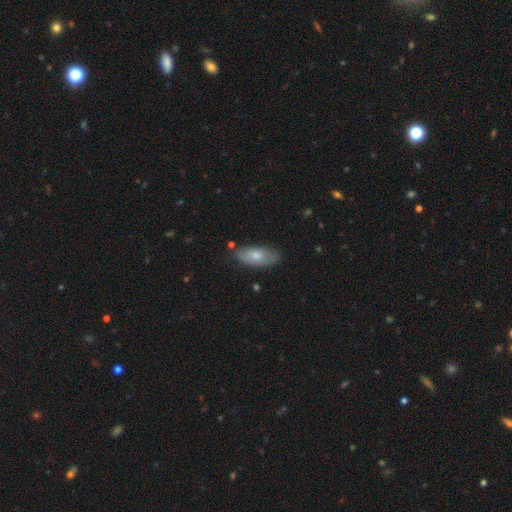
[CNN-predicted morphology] smooth_or_featured: smooth (p=0.73) [alt: featured or disk p=0.21]
how_rounded: in between (p=0.89) [alt: cigar-shaped p=0.09]
merging: none (p=0.77) [alt: minor disturbance p=0.18]